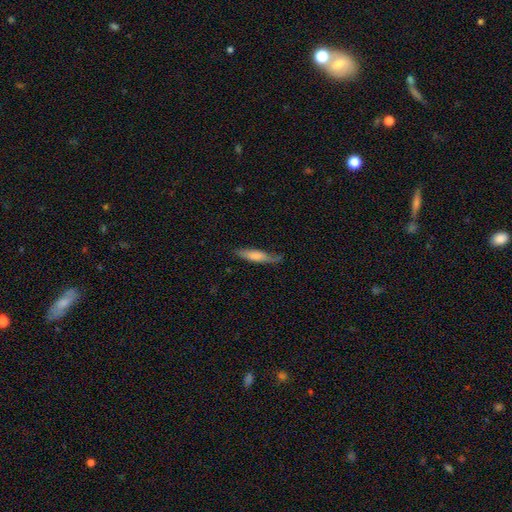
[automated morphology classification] The model was most divided on "merging": none: 66%, minor disturbance: 25%, major disturbance: 6%, merger: 2%. More confident: how rounded — cigar-shaped (75%); smooth or featured — smooth (69%).